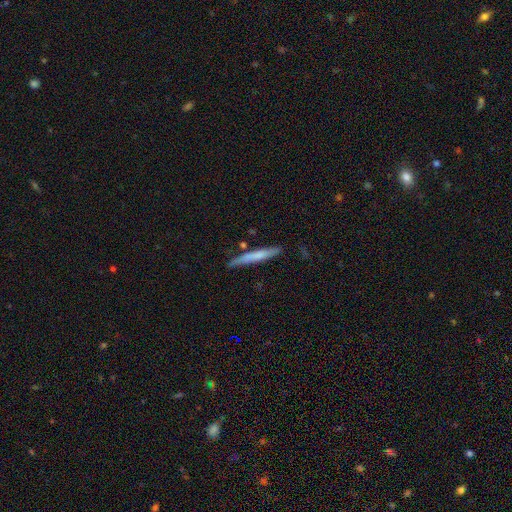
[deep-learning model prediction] A smooth galaxy with no disk features (59%) that is cigar-shaped (95%).

Vote fractions:
- Smooth or featured? smooth: 59% / featured or disk: 35% / star or artifact: 6%
- How rounded? cigar-shaped: 95% / in between: 4% / round: 1%
- Merging? none: 78% / minor disturbance: 15% / merger: 4% / major disturbance: 3%